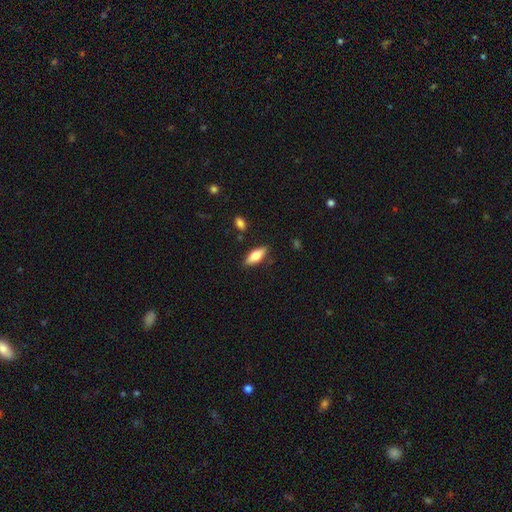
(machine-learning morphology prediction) Overall: smooth (67%). How rounded: in between (71%). Merging: none (84%).